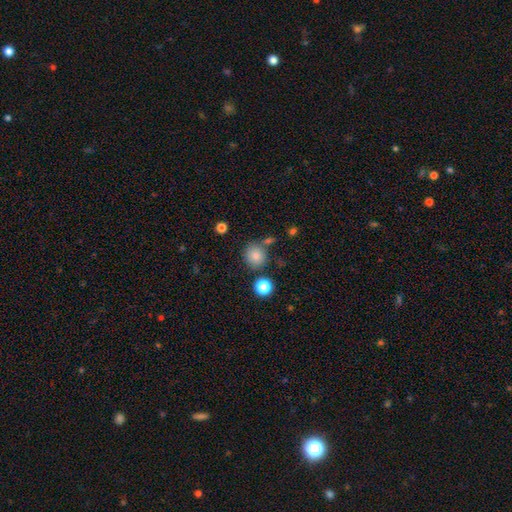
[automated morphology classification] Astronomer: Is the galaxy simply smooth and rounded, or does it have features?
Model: smooth — 83%.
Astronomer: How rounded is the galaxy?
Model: round — 89%.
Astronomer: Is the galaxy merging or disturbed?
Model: none — 74%.